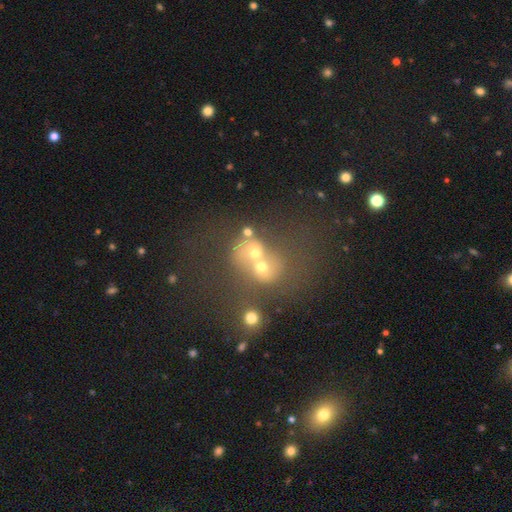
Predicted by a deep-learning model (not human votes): smooth-or-featured: smooth: 48% | featured or disk: 30% | star or artifact: 22%
  merging: merger: 64% | none: 22% | major disturbance: 8% | minor disturbance: 6%